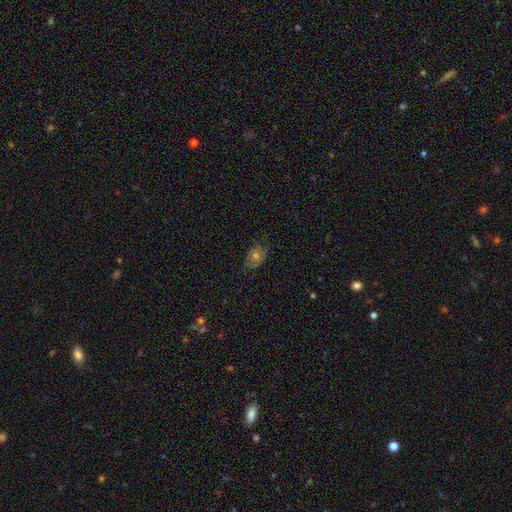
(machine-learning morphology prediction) The model was most divided on "smooth or featured": smooth: 49%, featured or disk: 32%, star or artifact: 19%. More confident: merging — none (69%).